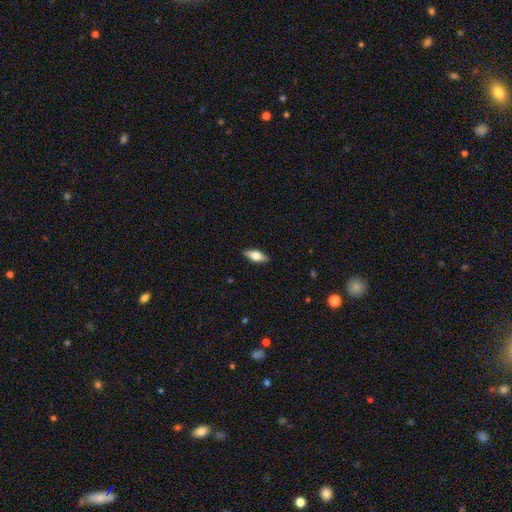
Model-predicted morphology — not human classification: Smooth or featured: smooth — 55% (featured or disk — 39%)
How rounded: in between — 72% (cigar-shaped — 25%)
Merging: none — 88% (minor disturbance — 9%)